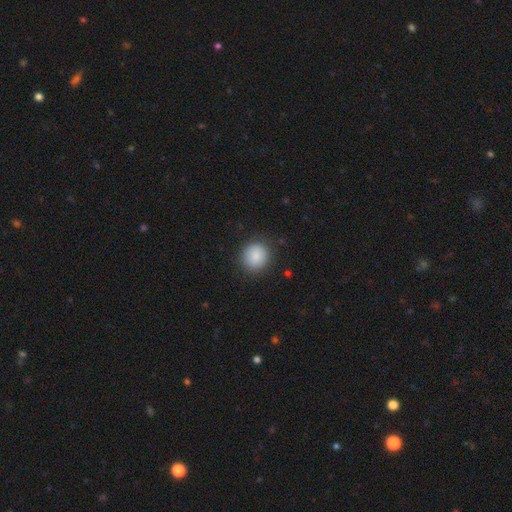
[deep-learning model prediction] smooth_or_featured: smooth (p=0.88) [alt: star or artifact p=0.08]
how_rounded: round (p=0.87) [alt: in between p=0.12]
merging: none (p=0.86) [alt: minor disturbance p=0.09]